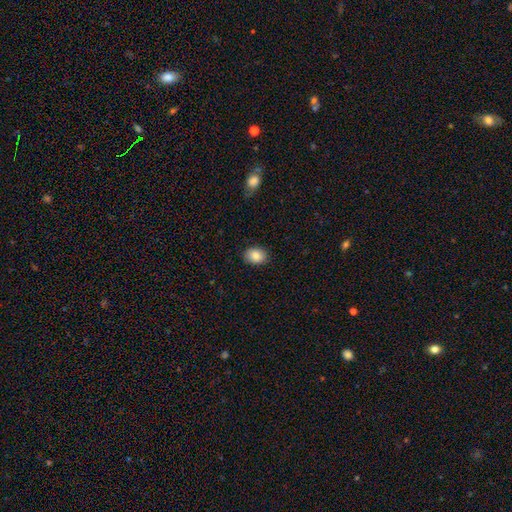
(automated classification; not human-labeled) smooth 85%, star or artifact 8%, featured or disk 7%. Down the decision tree: how rounded — in between (69%); merging — none (88%).